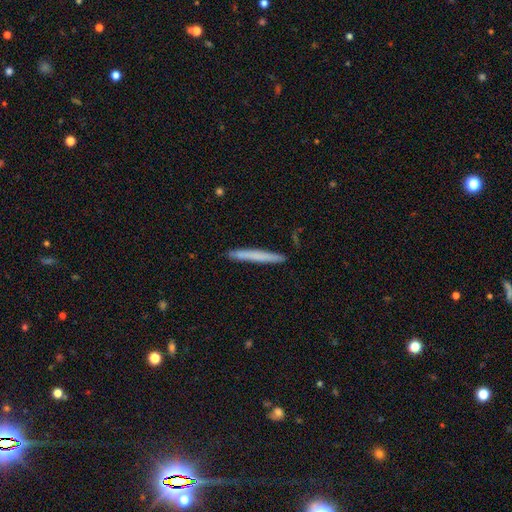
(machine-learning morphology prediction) Smooth or featured: smooth — 66% (featured or disk — 28%)
How rounded: cigar-shaped — 97% (in between — 2%)
Merging: none — 90% (minor disturbance — 7%)